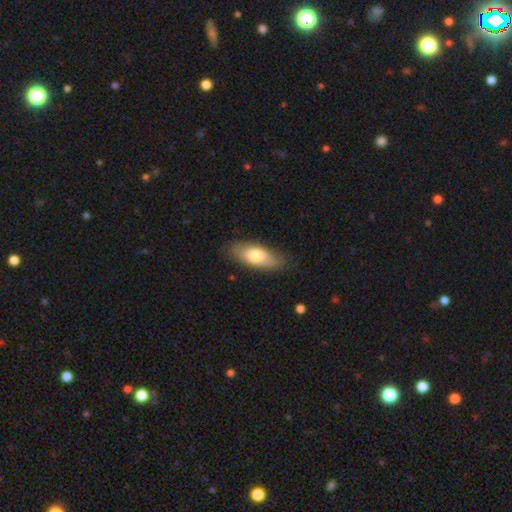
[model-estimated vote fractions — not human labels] The model was most divided on "smooth or featured": smooth: 72%, featured or disk: 22%, star or artifact: 6%. More confident: merging — none (80%); how rounded — in between (79%).